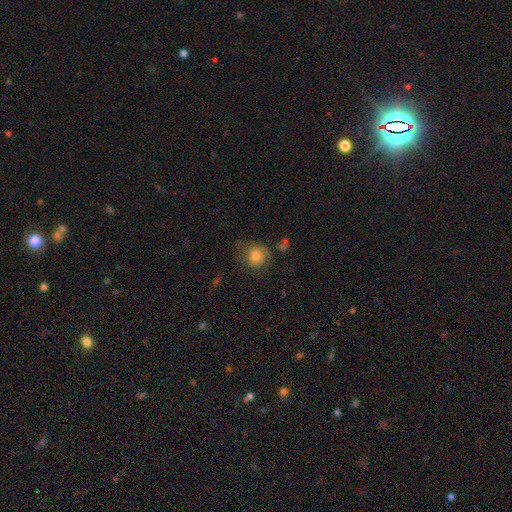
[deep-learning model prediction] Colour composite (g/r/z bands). It shows a smooth galaxy with no disk features (77%) that is round (81%). Merging: none (56%).